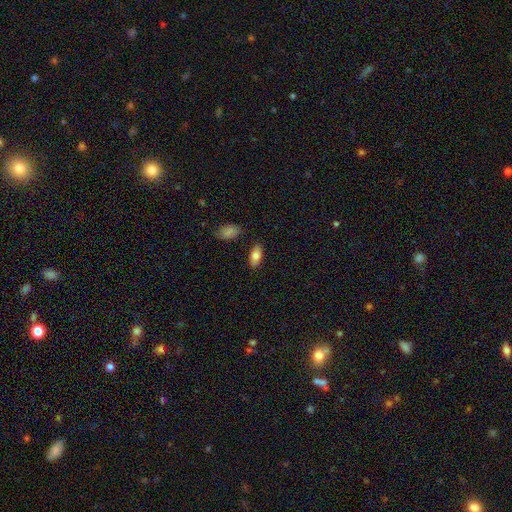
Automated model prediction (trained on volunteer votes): smooth-or-featured: smooth: 79% | featured or disk: 14% | star or artifact: 7%
  how-rounded: in between: 89% | cigar-shaped: 8% | round: 3%
  merging: none: 85% | minor disturbance: 10% | merger: 2% | major disturbance: 2%